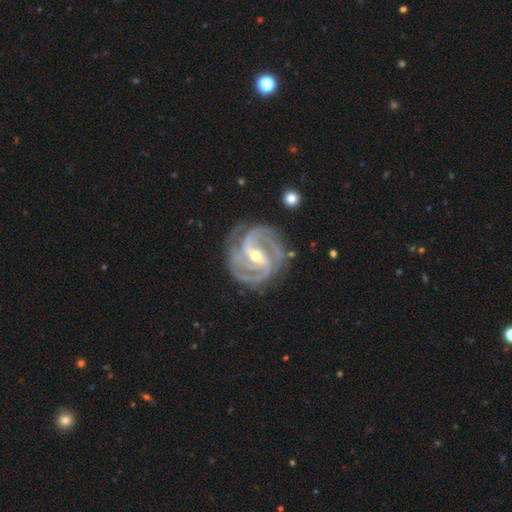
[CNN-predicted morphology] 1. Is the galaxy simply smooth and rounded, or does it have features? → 94% featured or disk, 4% star or artifact, 2% smooth.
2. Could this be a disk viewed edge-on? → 98% no, 2% yes.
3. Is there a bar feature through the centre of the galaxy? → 53% strong, 35% weak, 12% no.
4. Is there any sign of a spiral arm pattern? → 99% yes, 1% no.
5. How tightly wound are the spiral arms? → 62% tight, 34% medium, 4% loose.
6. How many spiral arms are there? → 46% 3, 27% 2, 11% 4, 6% can't tell, 4% more than 4, 4% 1.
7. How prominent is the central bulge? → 55% moderate, 42% small, 2% large, 1% none, 1% dominant.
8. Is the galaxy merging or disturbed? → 80% none, 14% minor disturbance, 4% major disturbance, 1% merger.